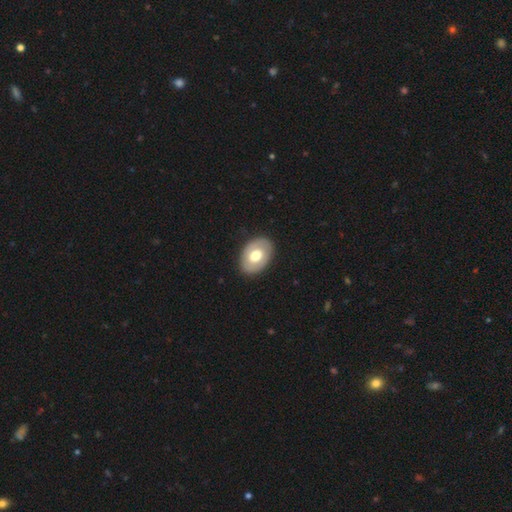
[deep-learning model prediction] A smooth galaxy with no disk features (56%) that is in between round and cigar-shaped (80%). Merging: none (86%).